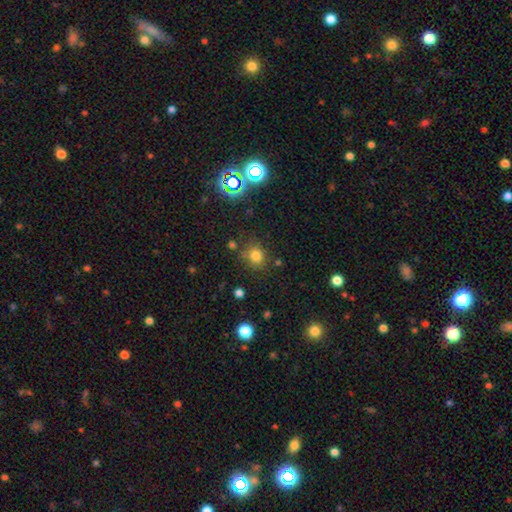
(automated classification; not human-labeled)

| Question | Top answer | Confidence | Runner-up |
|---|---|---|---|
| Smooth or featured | smooth | 75% | star or artifact (19%) |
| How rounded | round | 82% | in between (17%) |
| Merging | none | 77% | minor disturbance (13%) |